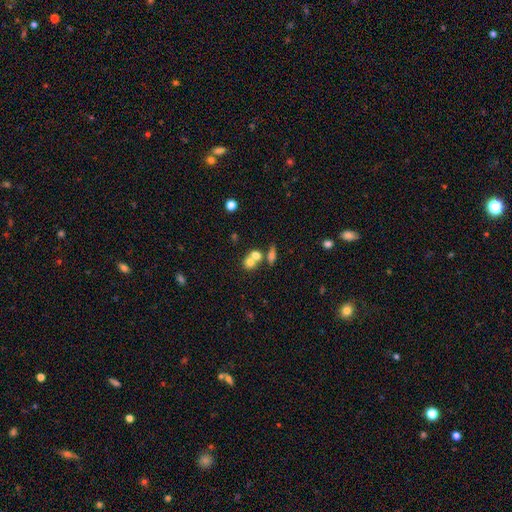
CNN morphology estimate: Smooth or featured: smooth — 69% (featured or disk — 19%)
How rounded: round — 61% (in between — 36%)
Merging: merger — 53% (none — 35%)